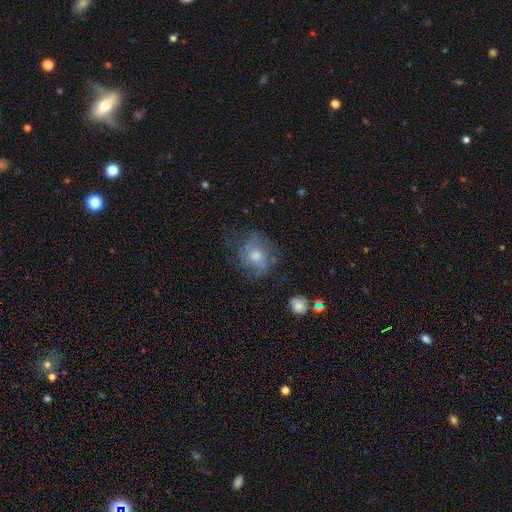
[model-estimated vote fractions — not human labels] A featured or disk galaxy (48%). Merging: none (62%).